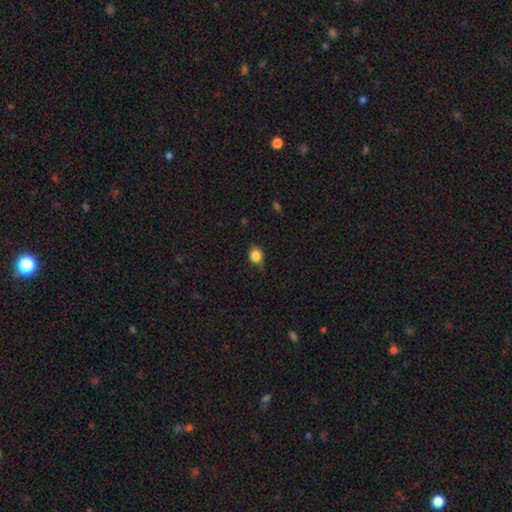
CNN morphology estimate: The model was most divided on "merging": none: 63%, minor disturbance: 30%, major disturbance: 6%, merger: 1%. More confident: smooth or featured — smooth (83%); how rounded — round (74%).